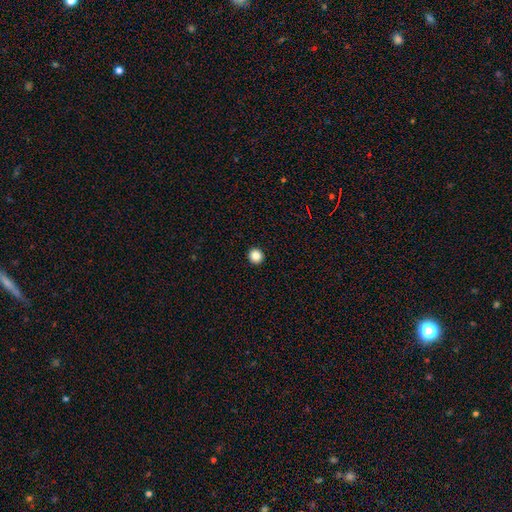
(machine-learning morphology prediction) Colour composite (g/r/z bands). It shows a smooth galaxy with no disk features (86%) that is round (95%). Merging: none (94%).